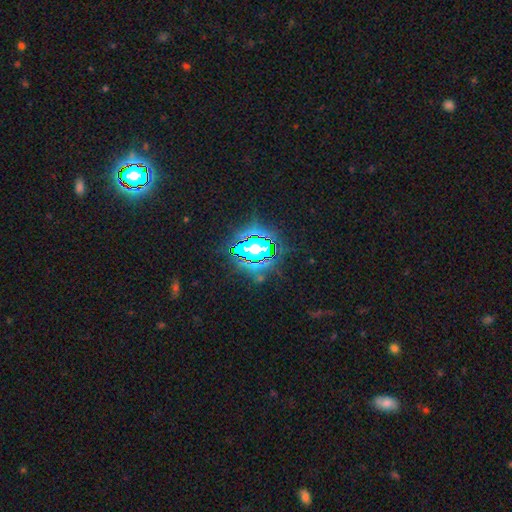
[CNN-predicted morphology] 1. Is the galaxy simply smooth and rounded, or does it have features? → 81% star or artifact, 11% smooth, 7% featured or disk.